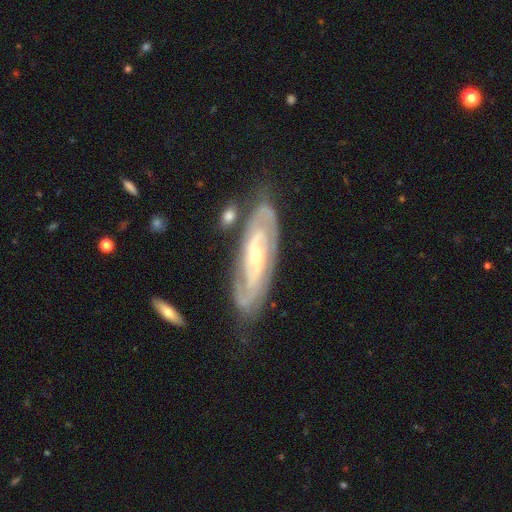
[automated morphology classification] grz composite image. It shows a featured or disk galaxy (87%) with no bar (49%), 2 (62%) tight (67%) spiral arms (95%) and a small central bulge (58%). Merging: none (75%).